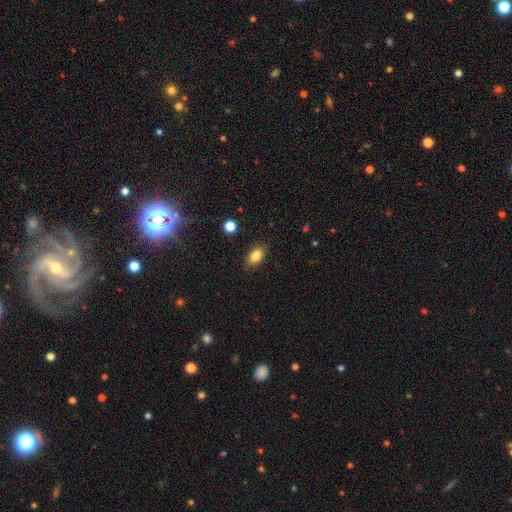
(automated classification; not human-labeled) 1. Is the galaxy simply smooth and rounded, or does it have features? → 84% smooth, 9% star or artifact, 7% featured or disk.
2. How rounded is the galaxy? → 87% in between, 11% round, 2% cigar-shaped.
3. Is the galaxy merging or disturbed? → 86% none, 10% minor disturbance, 2% major disturbance, 1% merger.